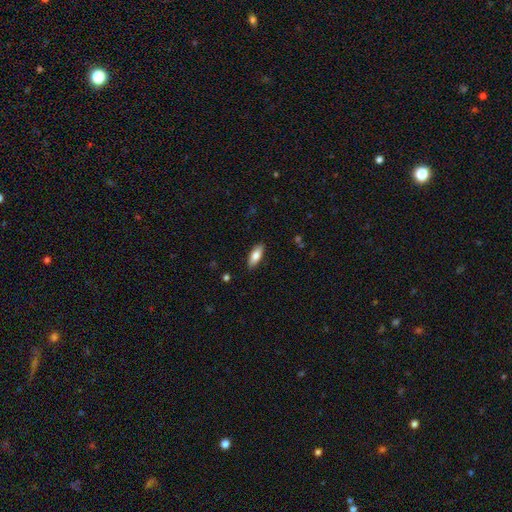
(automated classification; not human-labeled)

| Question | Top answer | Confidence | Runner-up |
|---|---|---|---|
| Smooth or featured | smooth | 80% | featured or disk (14%) |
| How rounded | in between | 75% | cigar-shaped (23%) |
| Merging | none | 89% | minor disturbance (8%) |